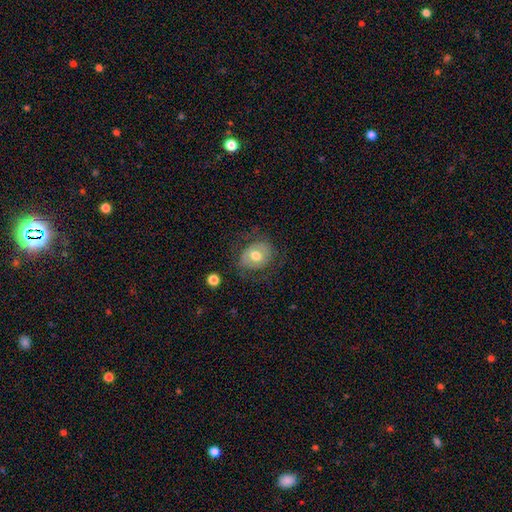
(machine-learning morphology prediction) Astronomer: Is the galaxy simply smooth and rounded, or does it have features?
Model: smooth — 56% (runner-up: featured or disk, 36%).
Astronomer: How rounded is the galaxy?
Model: round — 52% (runner-up: in between, 47%).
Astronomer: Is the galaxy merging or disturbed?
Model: none — 65%.